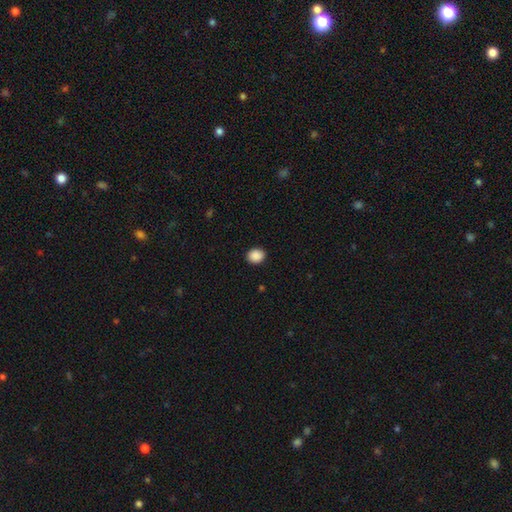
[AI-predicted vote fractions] Q: Smooth or featured?
A: smooth (90%); runner-up: star or artifact (8%)
Q: How rounded?
A: round (59%); runner-up: in between (41%)
Q: Merging?
A: none (90%); runner-up: minor disturbance (7%)